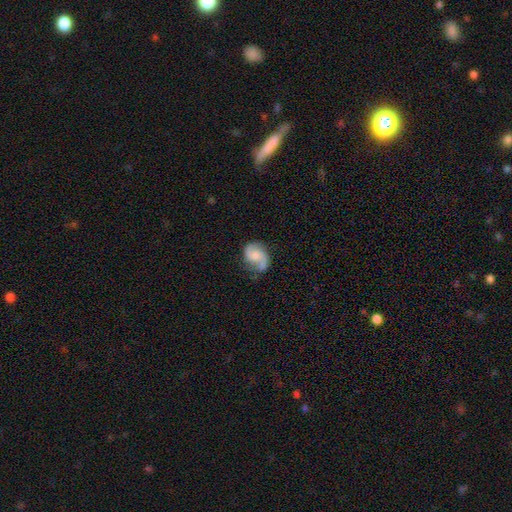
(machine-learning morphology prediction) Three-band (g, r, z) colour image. It shows a featured or disk galaxy (66%) with no bar (60%), 2 (85%) medium (44%) spiral arms (94%) and no central bulge (38%). Merging: none (60%).